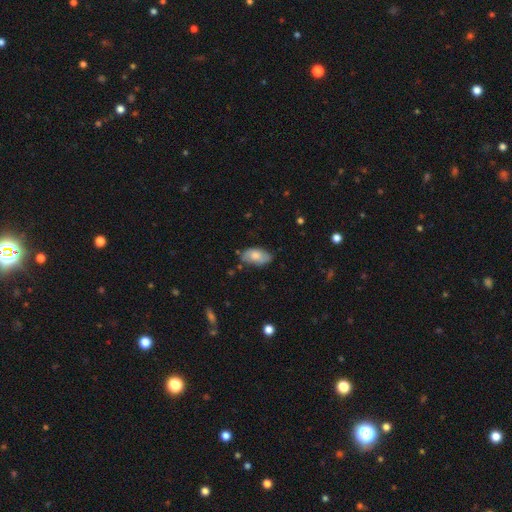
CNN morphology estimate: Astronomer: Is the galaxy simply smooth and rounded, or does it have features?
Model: smooth — 65%.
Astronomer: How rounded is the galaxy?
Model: in between — 93%.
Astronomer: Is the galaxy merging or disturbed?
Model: none — 69%.